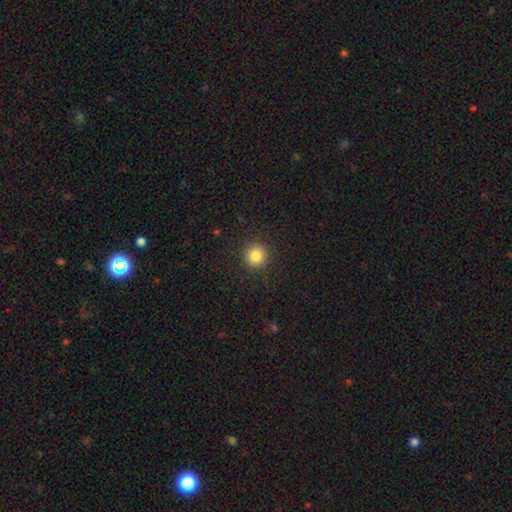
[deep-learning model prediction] Morphology: type=smooth (83%); roundness=round (94%); merging=none (91%).